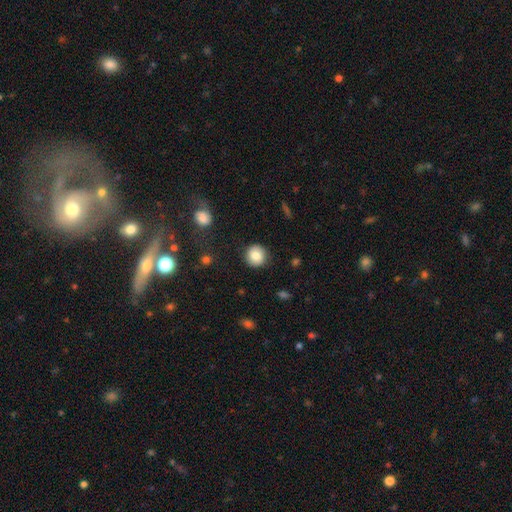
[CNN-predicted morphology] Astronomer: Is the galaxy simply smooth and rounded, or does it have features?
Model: smooth — 83%.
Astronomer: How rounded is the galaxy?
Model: round — 93%.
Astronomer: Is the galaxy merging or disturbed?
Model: none — 89%.